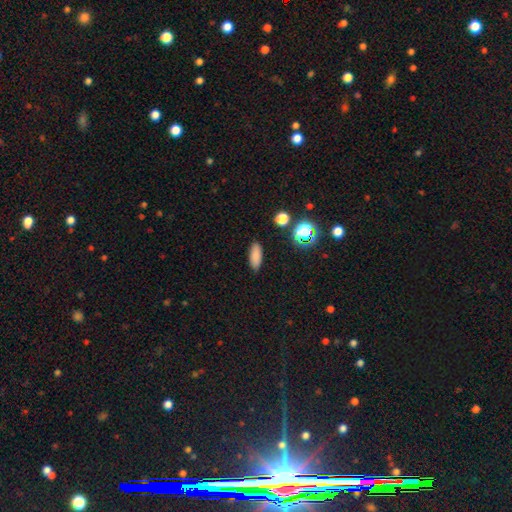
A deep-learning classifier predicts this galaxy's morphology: The model was most divided on "how rounded": in between: 72%, cigar-shaped: 25%, round: 4%. More confident: merging — none (88%); smooth or featured — smooth (83%).